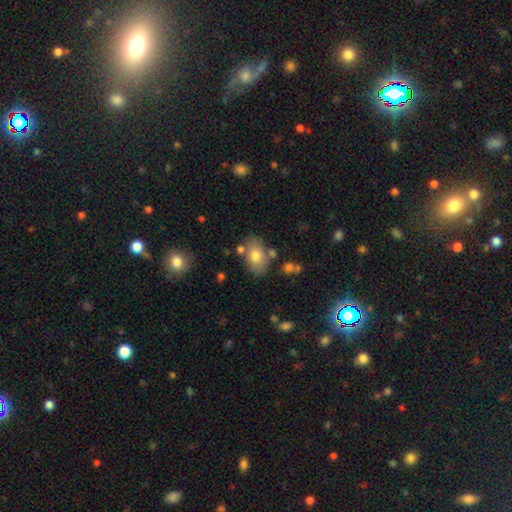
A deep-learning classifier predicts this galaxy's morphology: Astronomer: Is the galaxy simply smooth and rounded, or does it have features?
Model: smooth — 74%.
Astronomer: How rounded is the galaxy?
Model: in between — 84%.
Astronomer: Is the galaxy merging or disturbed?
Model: none — 72%.